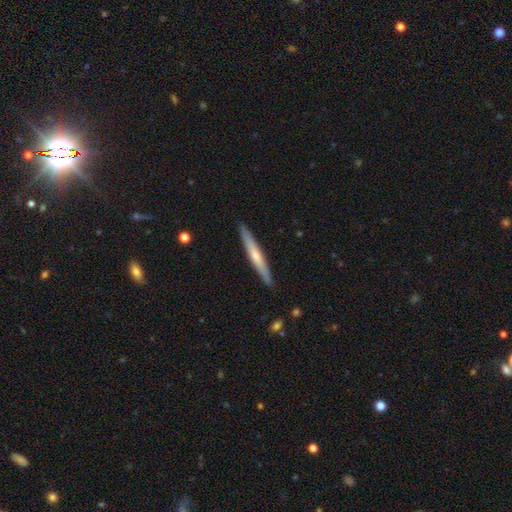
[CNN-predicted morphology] A smooth galaxy with no disk features (49%). Merging: none (91%).